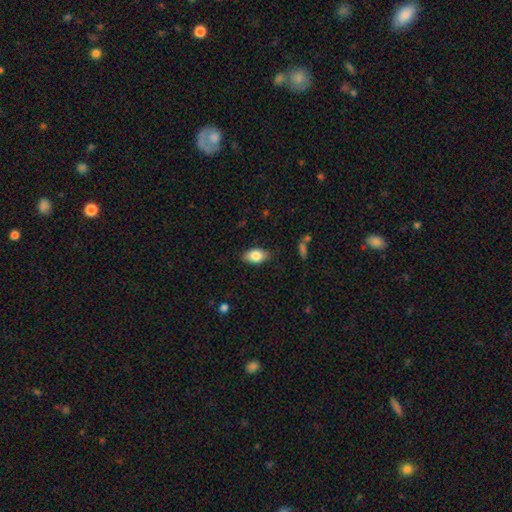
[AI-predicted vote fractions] Morphology: type=smooth (82%); roundness=in between (91%); merging=none (85%).